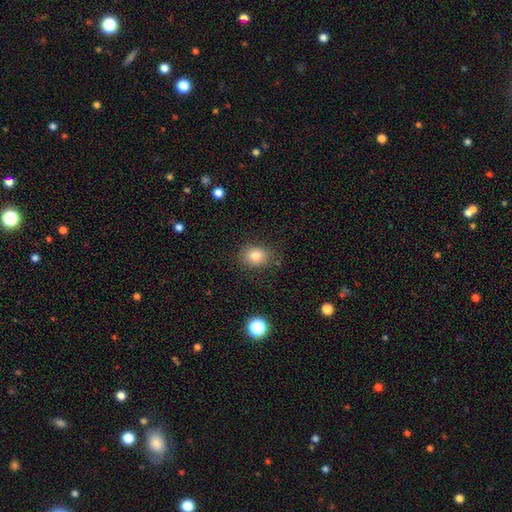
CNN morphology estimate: A smooth galaxy with no disk features (81%) that is in between round and cigar-shaped (51%). Merging: none (81%).